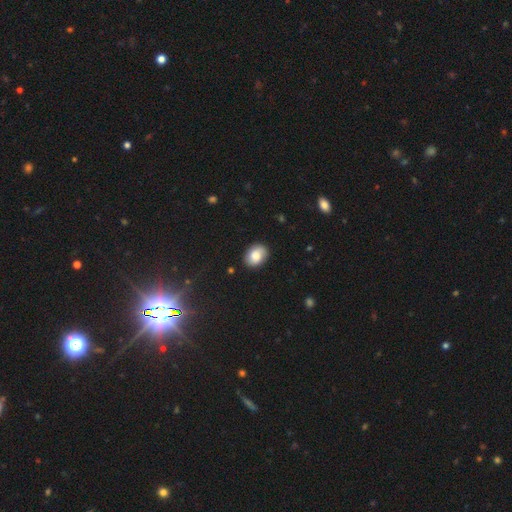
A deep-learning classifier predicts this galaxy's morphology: This appears to be a smooth galaxy with no disk features (77%) that is in between round and cigar-shaped (67%). Merging: none (85%).